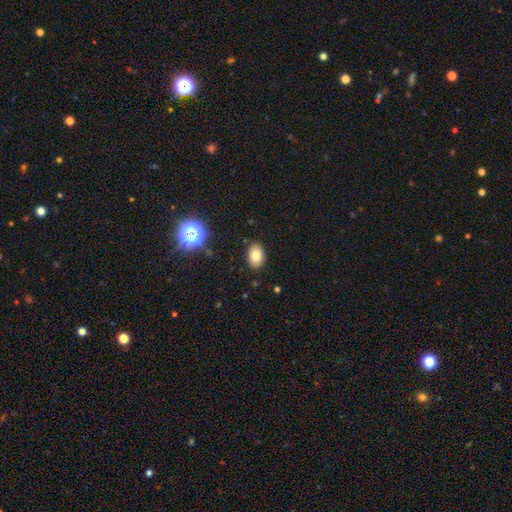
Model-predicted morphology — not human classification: Q: Smooth or featured?
A: smooth (78%); runner-up: star or artifact (11%)
Q: How rounded?
A: in between (84%); runner-up: round (15%)
Q: Merging?
A: none (88%); runner-up: minor disturbance (8%)